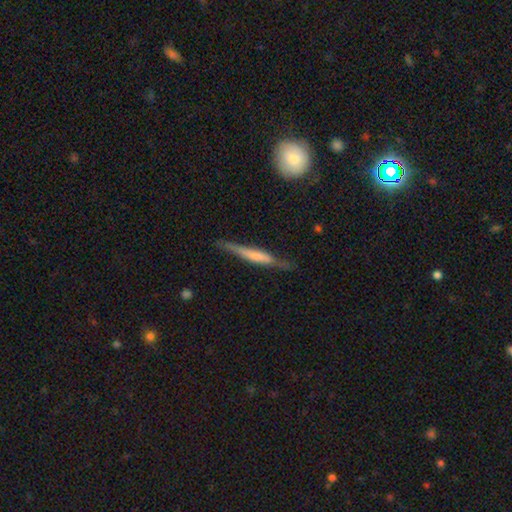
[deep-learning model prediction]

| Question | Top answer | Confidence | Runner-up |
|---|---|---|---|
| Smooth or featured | featured or disk | 51% | smooth (43%) |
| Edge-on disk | yes | 93% | no (7%) |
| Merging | none | 77% | minor disturbance (17%) |